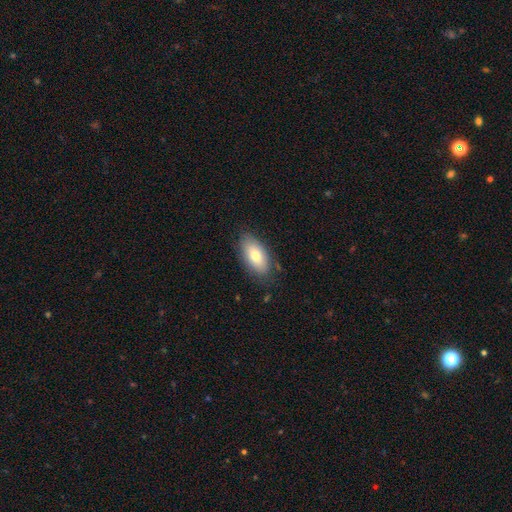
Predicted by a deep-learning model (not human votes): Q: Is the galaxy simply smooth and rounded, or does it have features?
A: smooth — 75%.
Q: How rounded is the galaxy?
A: in between — 92%.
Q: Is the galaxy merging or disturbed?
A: none — 80%.